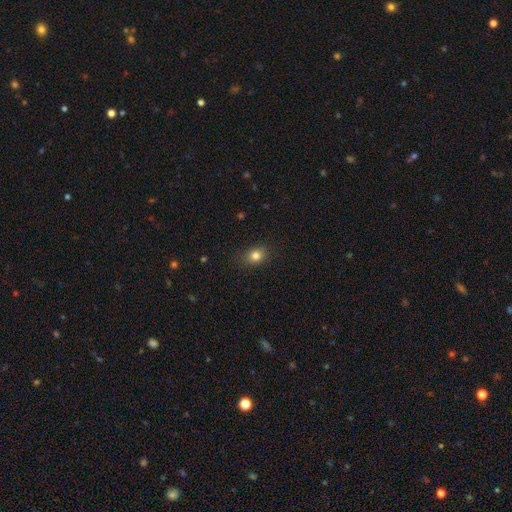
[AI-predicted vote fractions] This is clearly a smooth galaxy (81%). How rounded: possibly in between (53%). Merging: clearly none (83%).